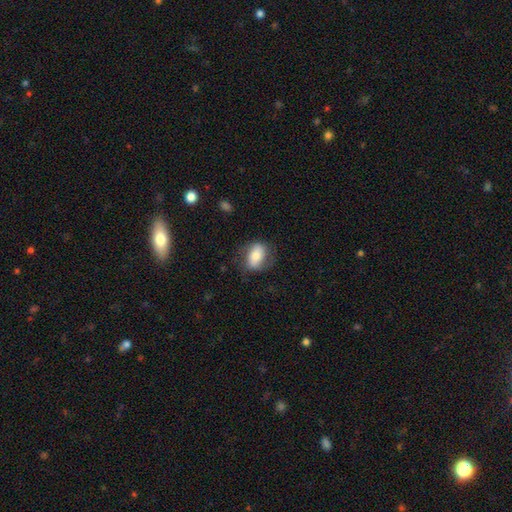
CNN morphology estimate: smooth_or_featured: smooth (p=0.62) [alt: featured or disk p=0.30]
how_rounded: in between (p=0.81) [alt: round p=0.16]
merging: none (p=0.69) [alt: minor disturbance p=0.20]